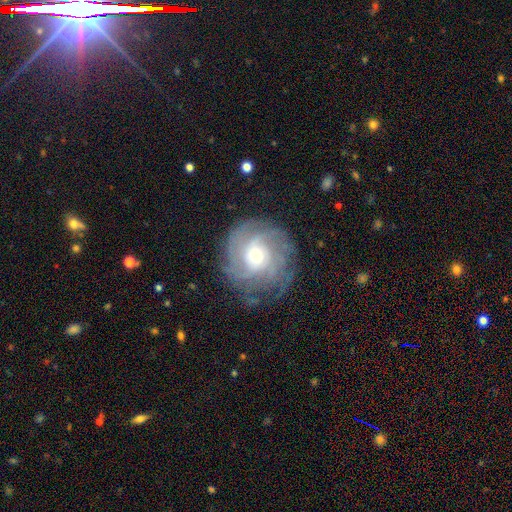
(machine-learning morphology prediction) A featured or disk galaxy (80%) with no bar (76%), tight (63%) spiral arms (93%) and a small central bulge (51%).

Vote fractions:
- Smooth or featured? featured or disk: 80% / smooth: 13% / star or artifact: 7%
- Edge-on disk? no: 97% / yes: 3%
- Bar? no: 76% / weak: 20% / strong: 4%
- Spiral arms? yes: 93% / no: 7%
- Spiral winding? tight: 63% / medium: 28% / loose: 9%
- Spiral arm count? can't tell: 36% / 4: 18% / 3: 15% / more than 4: 14% / 2: 10% / 1: 7%
- Bulge size? small: 51% / moderate: 39% / large: 7% / dominant: 1% / none: 1%
- Merging? none: 77% / minor disturbance: 14% / major disturbance: 7% / merger: 1%